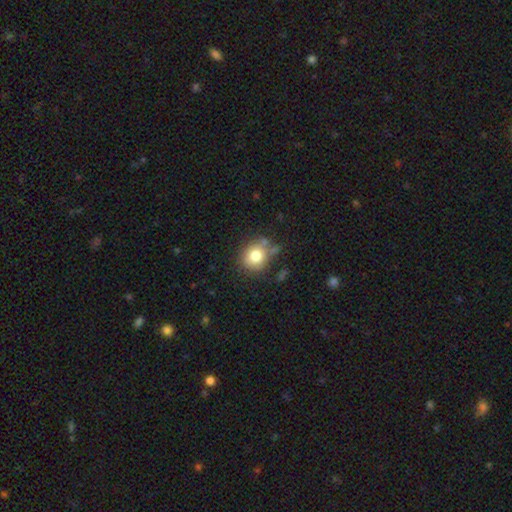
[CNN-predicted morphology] smooth 79%, featured or disk 11%, star or artifact 10%. Down the decision tree: how rounded — round (75%); merging — none (69%).